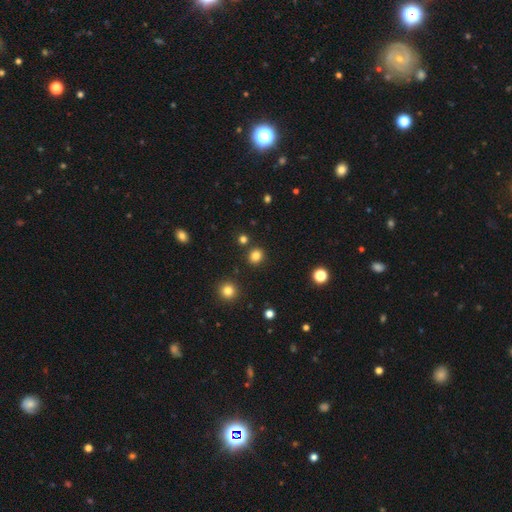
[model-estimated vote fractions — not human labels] Smooth or featured? smooth (82%)
How rounded? round (82%)
Merging? none (88%)